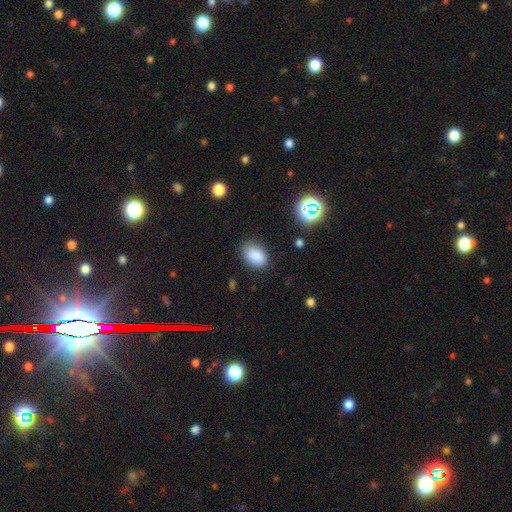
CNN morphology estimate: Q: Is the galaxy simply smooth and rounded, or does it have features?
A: smooth — 86%.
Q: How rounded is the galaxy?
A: in between — 83%.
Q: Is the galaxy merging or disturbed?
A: none — 81%.